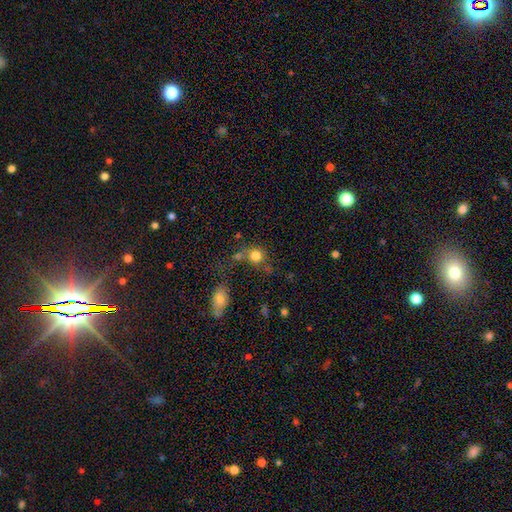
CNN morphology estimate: This appears to be a smooth galaxy with no disk features (79%) that is round (83%). Merging: none (55%).